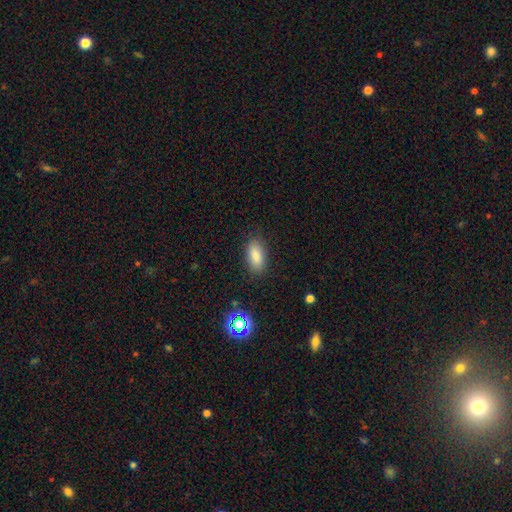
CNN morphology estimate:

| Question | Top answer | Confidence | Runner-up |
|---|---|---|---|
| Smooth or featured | smooth | 86% | star or artifact (9%) |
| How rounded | in between | 89% | cigar-shaped (8%) |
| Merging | none | 85% | minor disturbance (10%) |